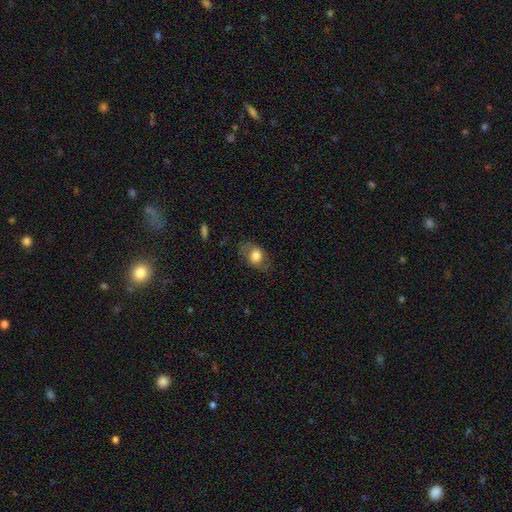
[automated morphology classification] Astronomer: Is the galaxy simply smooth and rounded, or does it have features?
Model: smooth — 68%.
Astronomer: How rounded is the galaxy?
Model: in between — 71%.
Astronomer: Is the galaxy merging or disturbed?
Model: none — 68%.